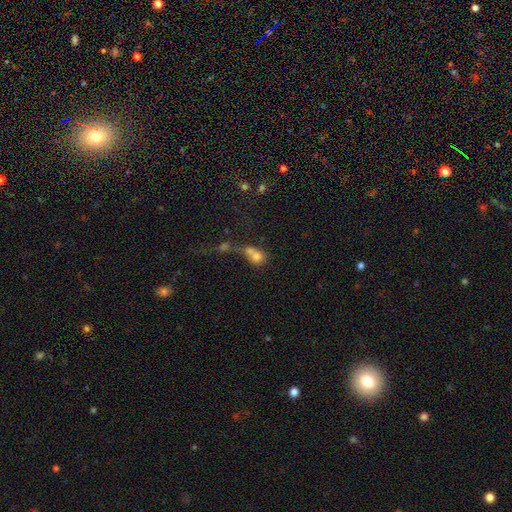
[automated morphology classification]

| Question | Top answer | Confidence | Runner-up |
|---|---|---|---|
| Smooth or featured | smooth | 70% | featured or disk (17%) |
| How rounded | round | 59% | in between (39%) |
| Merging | merger | 63% | none (18%) |